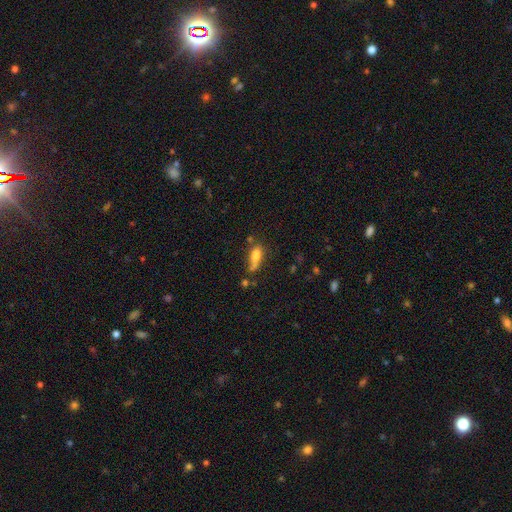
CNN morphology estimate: Smooth or featured: smooth — 72% (featured or disk — 16%)
How rounded: in between — 69% (cigar-shaped — 26%)
Merging: none — 37% (merger — 25%)